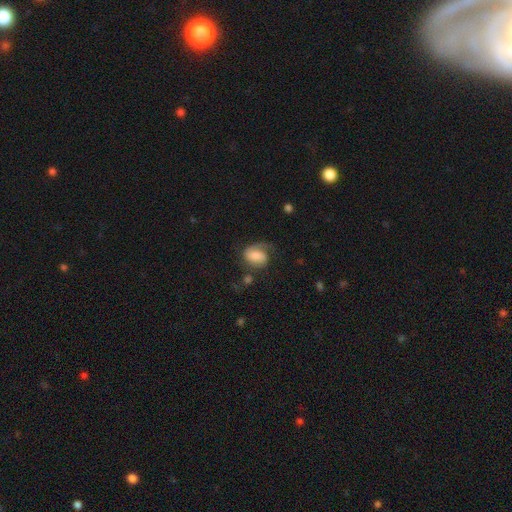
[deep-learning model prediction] Smooth or featured? featured or disk (47%)
Merging? none (45%)